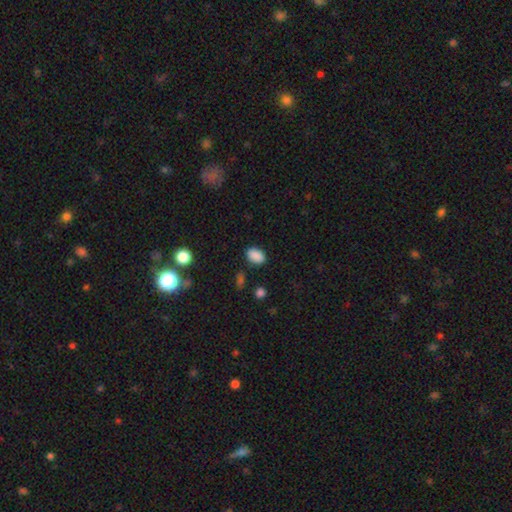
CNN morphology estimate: smooth 88%, star or artifact 9%, featured or disk 3%. Down the decision tree: how rounded — in between (86%); merging — none (83%).